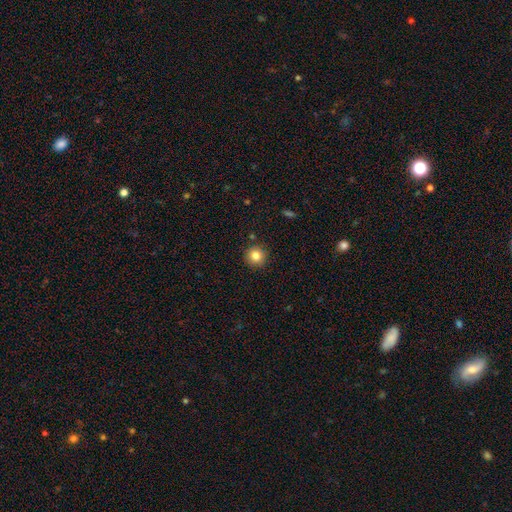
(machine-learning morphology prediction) smooth-or-featured: smooth: 84% | star or artifact: 10% | featured or disk: 6%
  how-rounded: round: 94% | in between: 5% | cigar-shaped: 1%
  merging: none: 90% | minor disturbance: 6% | major disturbance: 2% | merger: 2%